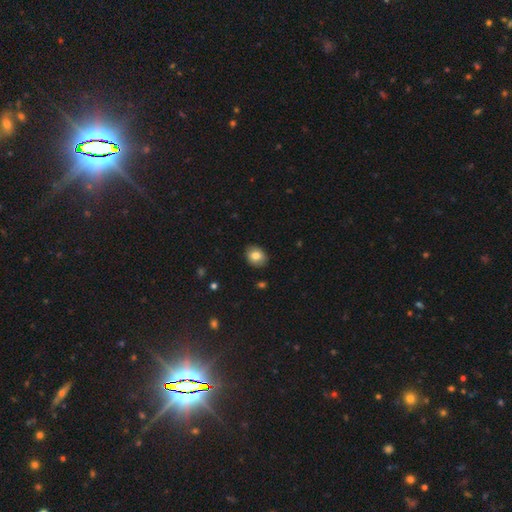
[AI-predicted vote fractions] A smooth galaxy with no disk features (81%) that is in between round and cigar-shaped (52%). Merging: none (87%).